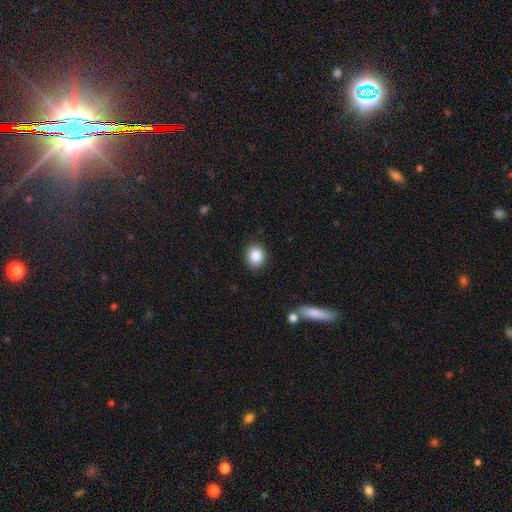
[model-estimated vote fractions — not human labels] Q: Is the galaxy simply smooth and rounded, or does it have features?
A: smooth — 86%.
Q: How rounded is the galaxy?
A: round — 67%.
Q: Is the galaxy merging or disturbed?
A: none — 89%.